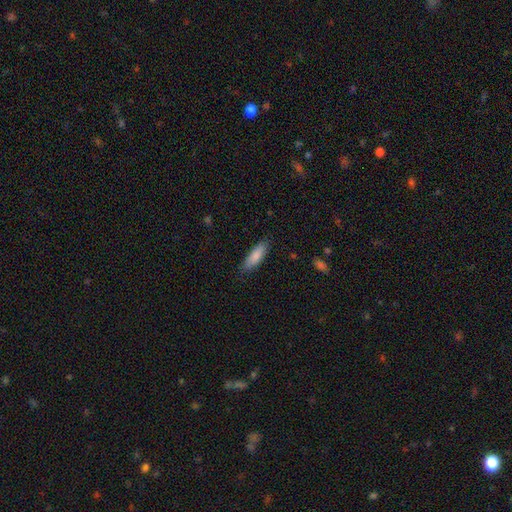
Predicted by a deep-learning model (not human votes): Smooth or featured? Predicted: smooth (p=0.85). How rounded? Predicted: cigar-shaped (p=0.52). Merging? Predicted: none (p=0.84).